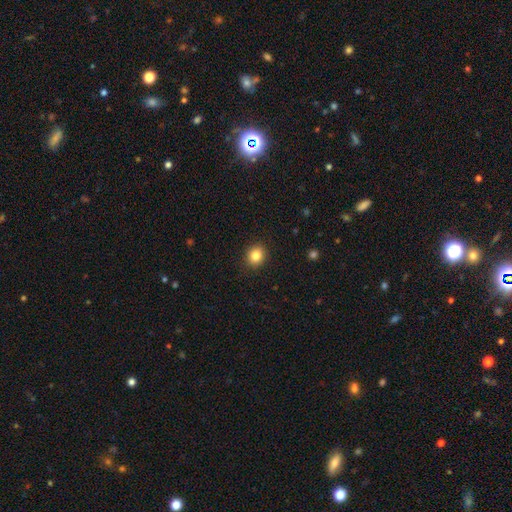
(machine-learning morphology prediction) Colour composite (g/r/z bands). It shows a smooth galaxy with no disk features (84%) that is round (73%). Merging: none (90%).